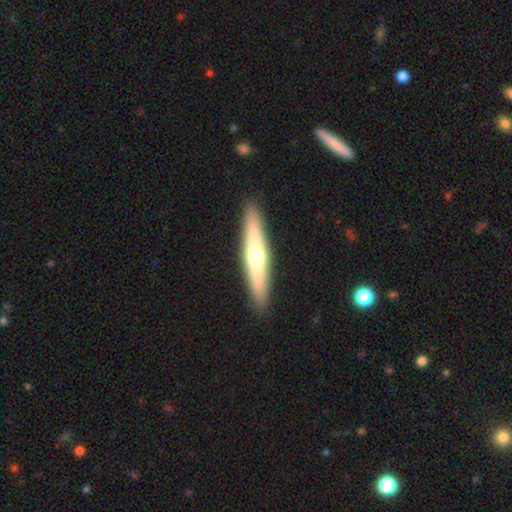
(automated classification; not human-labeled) Morphology: type=featured or disk (48%); merging=none (91%).